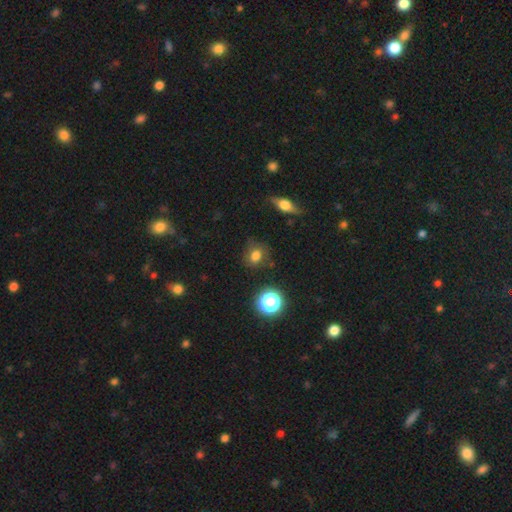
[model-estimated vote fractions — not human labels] Overall: smooth (74%). How rounded: round (62%; in between 36%). Merging: none (70%).